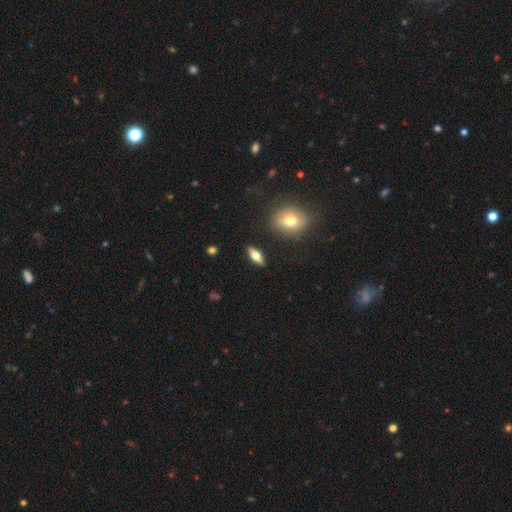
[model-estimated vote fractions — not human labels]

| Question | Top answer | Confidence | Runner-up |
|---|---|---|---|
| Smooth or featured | smooth | 51% | featured or disk (41%) |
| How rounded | in between | 62% | cigar-shaped (33%) |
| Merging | none | 88% | minor disturbance (8%) |